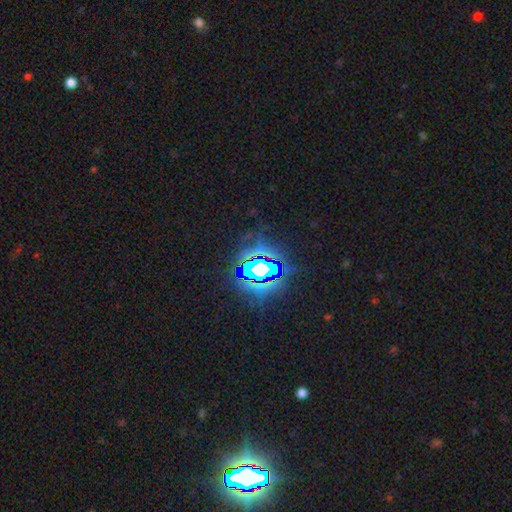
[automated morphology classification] star or artifact 83%, smooth 10%, featured or disk 8%.